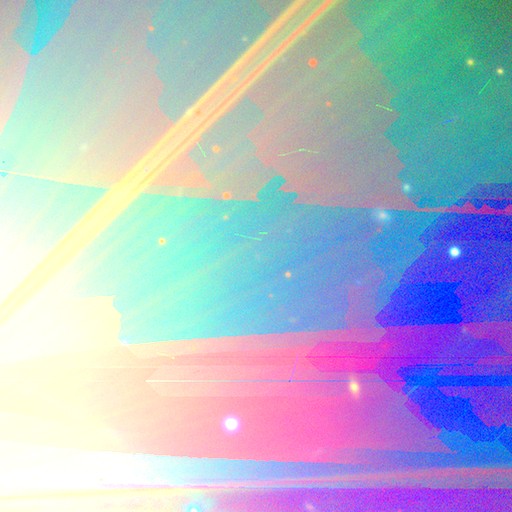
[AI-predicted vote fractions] A star or artifact, not a galaxy (86%).

Vote fractions:
- Smooth or featured? star or artifact: 86% / featured or disk: 8% / smooth: 6%